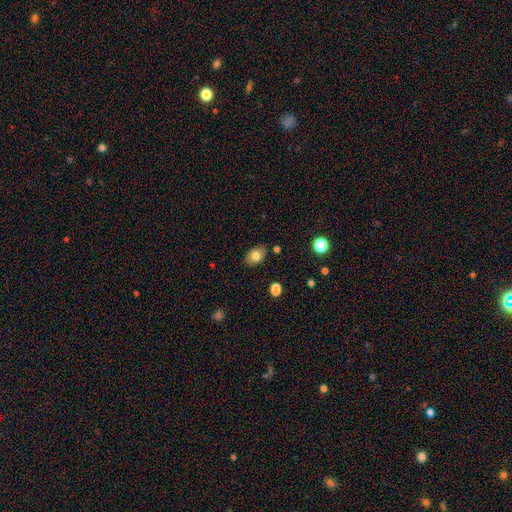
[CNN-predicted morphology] Q: Smooth or featured?
A: smooth (78%); runner-up: featured or disk (13%)
Q: How rounded?
A: in between (83%); runner-up: round (16%)
Q: Merging?
A: none (83%); runner-up: minor disturbance (12%)